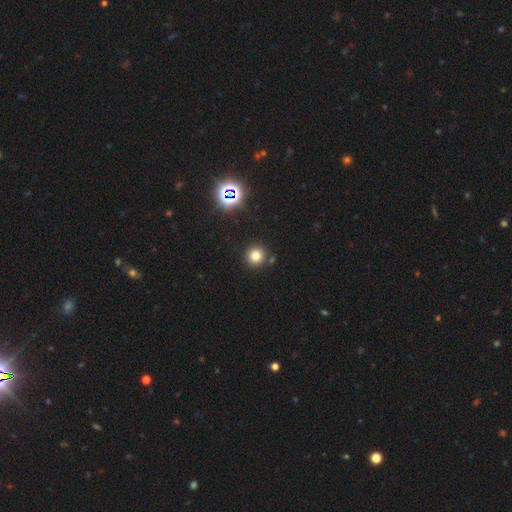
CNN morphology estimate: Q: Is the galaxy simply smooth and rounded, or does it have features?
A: smooth — 78%.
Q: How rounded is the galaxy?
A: round — 94%.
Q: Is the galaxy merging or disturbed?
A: none — 85%.